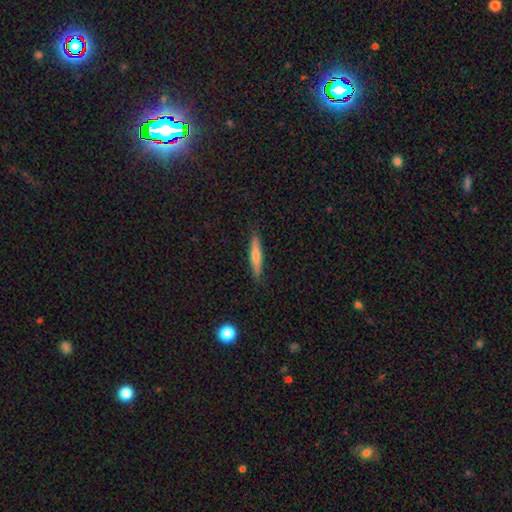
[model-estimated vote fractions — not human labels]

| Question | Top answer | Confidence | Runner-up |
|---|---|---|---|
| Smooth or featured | smooth | 46% | featured or disk (45%) |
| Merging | none | 89% | minor disturbance (8%) |